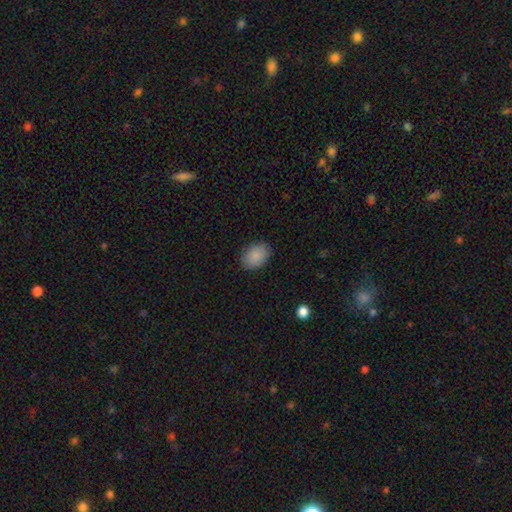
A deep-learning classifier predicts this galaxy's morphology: Smooth or featured?
  - smooth: 88% *
  - star or artifact: 7%
  - featured or disk: 4%
How rounded?
  - in between: 74% *
  - round: 25%
  - cigar-shaped: 1%
Merging?
  - none: 86% *
  - minor disturbance: 10%
  - major disturbance: 3%
  - merger: 1%